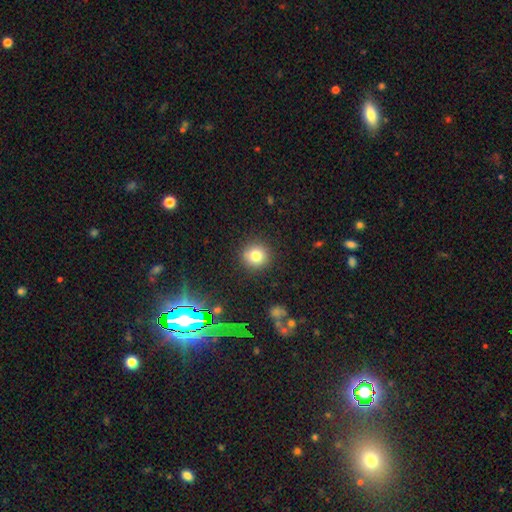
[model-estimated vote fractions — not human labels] smooth_or_featured: smooth (p=0.78) [alt: star or artifact p=0.13]
how_rounded: round (p=0.92) [alt: in between p=0.07]
merging: none (p=0.89) [alt: minor disturbance p=0.07]